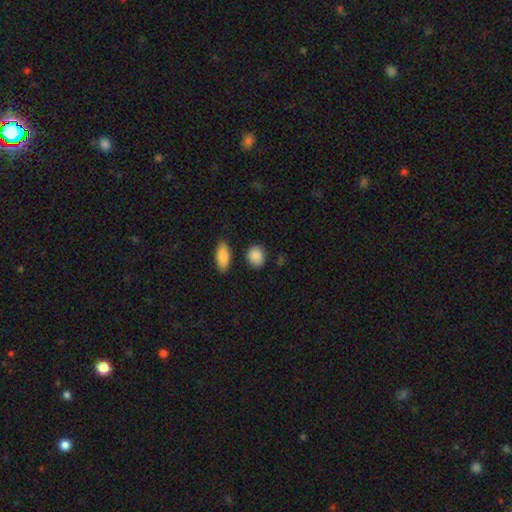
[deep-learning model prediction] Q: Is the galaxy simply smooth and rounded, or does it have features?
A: smooth — 89%.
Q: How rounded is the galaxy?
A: round — 56%.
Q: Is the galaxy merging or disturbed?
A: none — 82%.